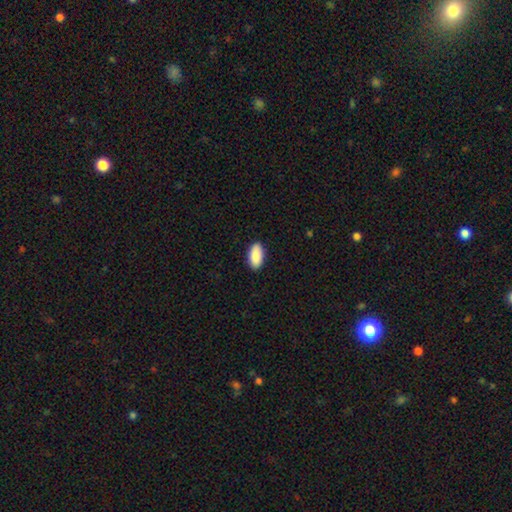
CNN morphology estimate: Smooth or featured? smooth (91%)
How rounded? in between (94%)
Merging? none (90%)